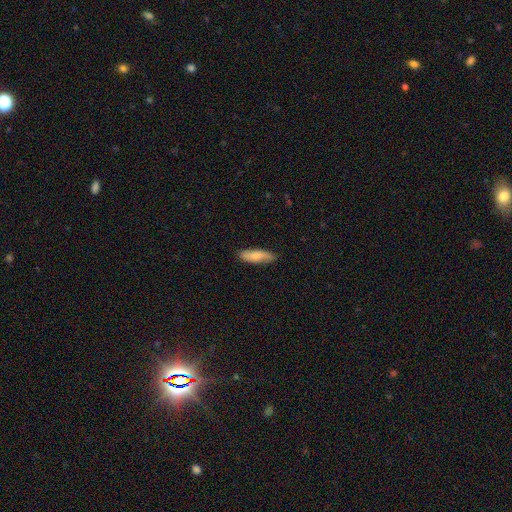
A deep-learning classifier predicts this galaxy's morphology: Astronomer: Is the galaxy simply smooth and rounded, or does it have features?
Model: smooth — 75%.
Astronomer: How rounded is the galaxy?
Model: cigar-shaped — 56% (runner-up: in between, 42%).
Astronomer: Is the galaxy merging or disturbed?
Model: none — 84%.